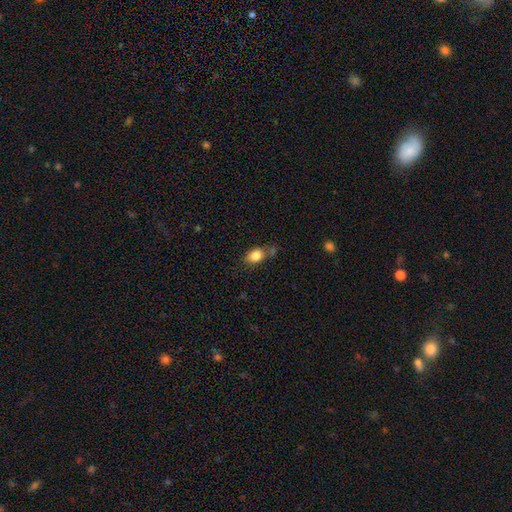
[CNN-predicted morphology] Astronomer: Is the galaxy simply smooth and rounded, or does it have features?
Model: smooth — 84%.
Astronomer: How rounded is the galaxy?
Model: in between — 71%.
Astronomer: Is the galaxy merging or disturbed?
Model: none — 59%.